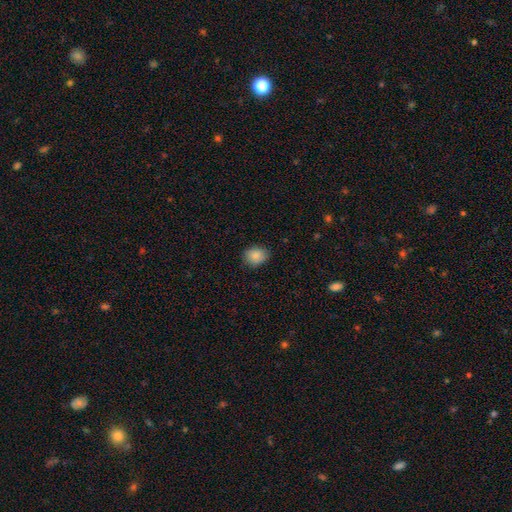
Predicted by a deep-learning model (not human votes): This is clearly a smooth galaxy (87%). How rounded: possibly round (50%). Merging: clearly none (82%).